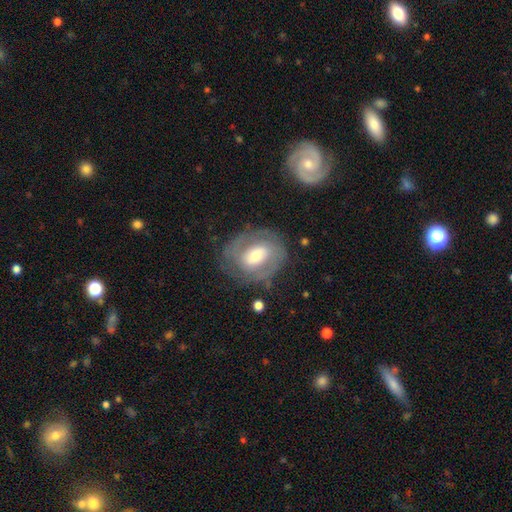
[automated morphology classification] Smooth or featured? featured or disk (72%)
Edge-on disk? no (96%)
Bar? weak (43%)
Spiral arms? yes (77%)
Spiral winding? tight (55%)
Spiral arm count? 2 (58%)
Bulge size? moderate (59%)
Merging? none (72%)